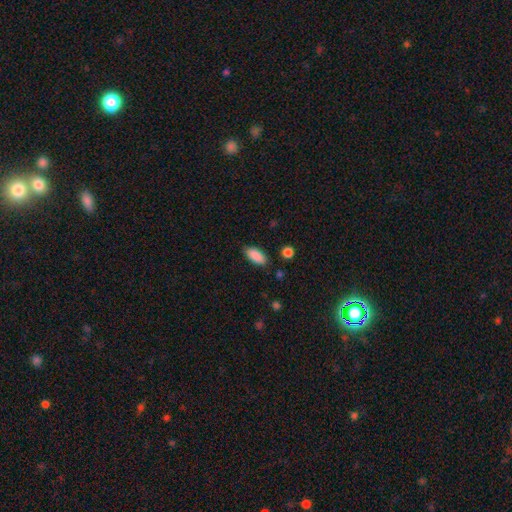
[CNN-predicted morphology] A smooth galaxy with no disk features (89%) that is in between round and cigar-shaped (89%).

Vote fractions:
- Smooth or featured? smooth: 89% / star or artifact: 7% / featured or disk: 4%
- How rounded? in between: 89% / cigar-shaped: 9% / round: 2%
- Merging? none: 85% / minor disturbance: 11% / major disturbance: 3% / merger: 2%